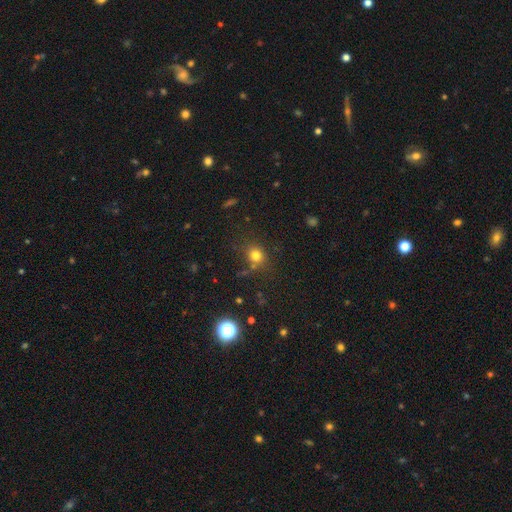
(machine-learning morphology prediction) smooth_or_featured: smooth (p=0.76) [alt: star or artifact p=0.17]
how_rounded: round (p=0.78) [alt: in between p=0.21]
merging: none (p=0.75) [alt: minor disturbance p=0.13]